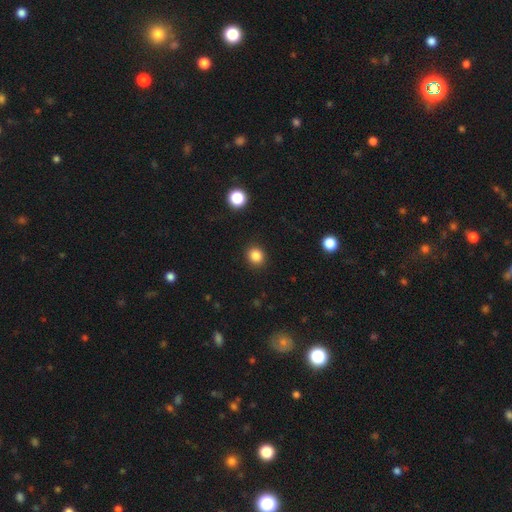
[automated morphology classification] The model was most divided on "how rounded": round: 83%, in between: 16%, cigar-shaped: 1%. More confident: merging — none (91%); smooth or featured — smooth (85%).